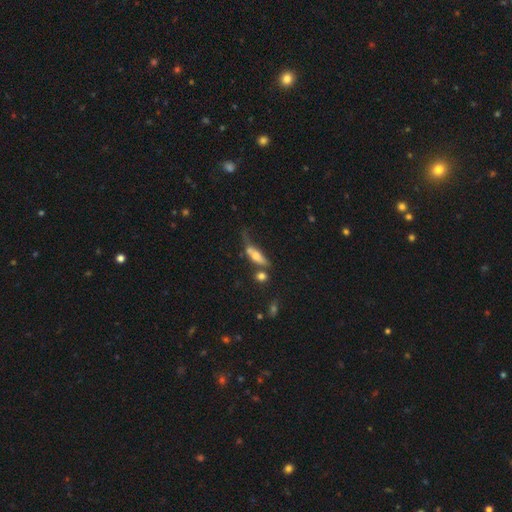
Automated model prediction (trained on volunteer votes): Morphology: type=smooth (54%); roundness=cigar-shaped (51%); merging=none (31%).